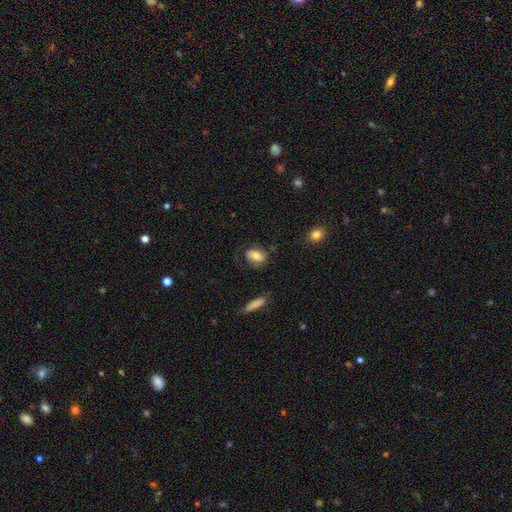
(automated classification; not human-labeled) Q: Smooth or featured?
A: smooth (74%); runner-up: featured or disk (18%)
Q: How rounded?
A: in between (79%); runner-up: round (18%)
Q: Merging?
A: none (65%); runner-up: minor disturbance (21%)